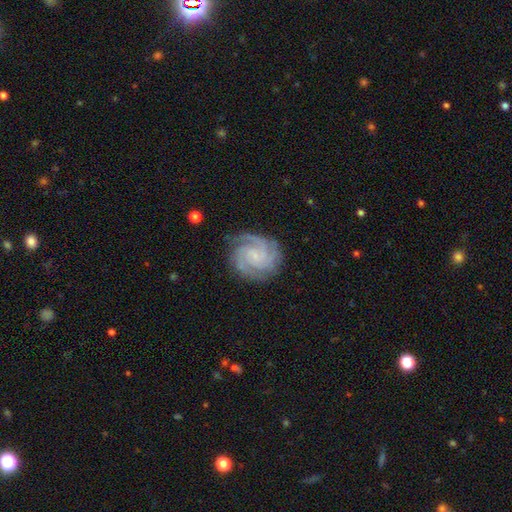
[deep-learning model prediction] The model was most divided on "bar": no: 61%, weak: 31%, strong: 7%. Remaining: spiral arms — yes (98%); edge-on disk — no (98%); smooth or featured — featured or disk (89%); merging — none (81%); spiral winding — tight (68%); bulge size — small (68%); spiral arm count — 3 (48%).